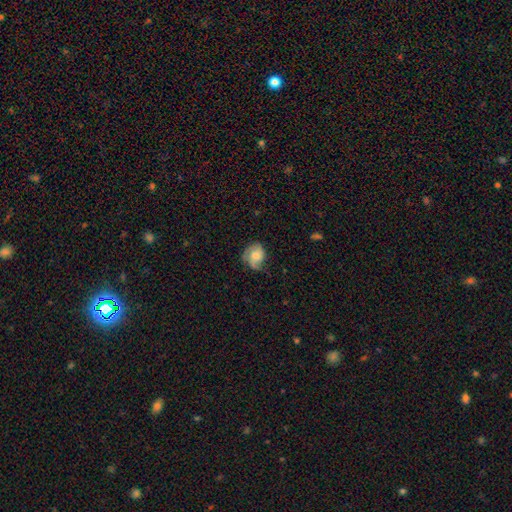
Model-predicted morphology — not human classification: smooth_or_featured: featured or disk (p=0.50) [alt: smooth p=0.42]
merging: none (p=0.51) [alt: minor disturbance p=0.30]